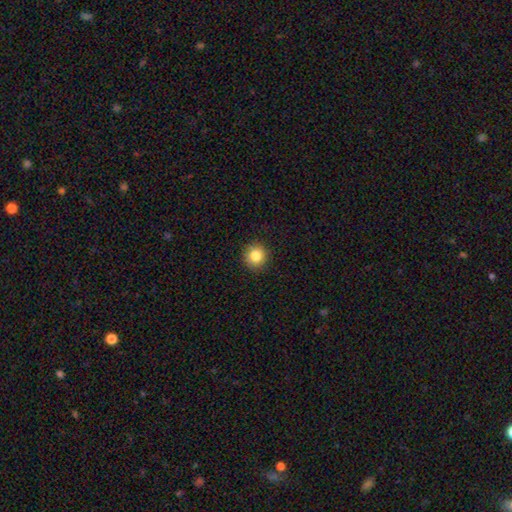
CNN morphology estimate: Smooth or featured? Predicted: smooth (p=0.85). How rounded? Predicted: round (p=0.91). Merging? Predicted: none (p=0.91).